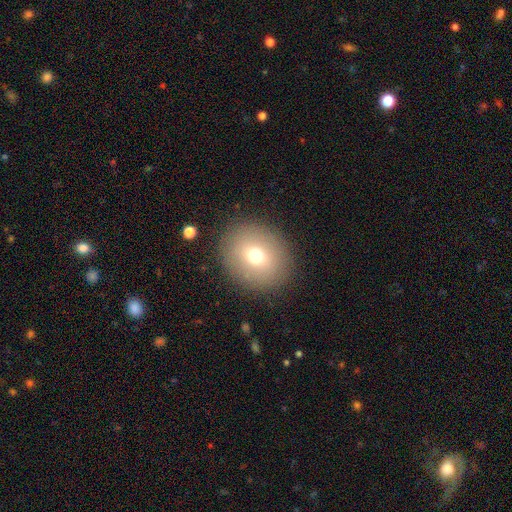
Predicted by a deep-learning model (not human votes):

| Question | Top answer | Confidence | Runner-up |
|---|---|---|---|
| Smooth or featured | smooth | 72% | featured or disk (16%) |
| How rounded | round | 74% | in between (25%) |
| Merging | none | 89% | minor disturbance (7%) |